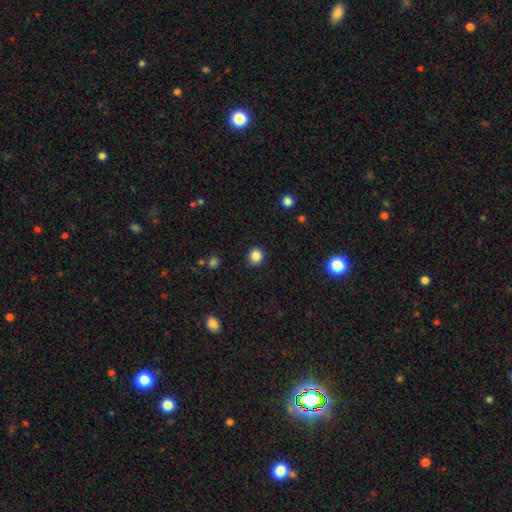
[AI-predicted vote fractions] Morphology: type=smooth (86%); roundness=round (87%); merging=none (91%).